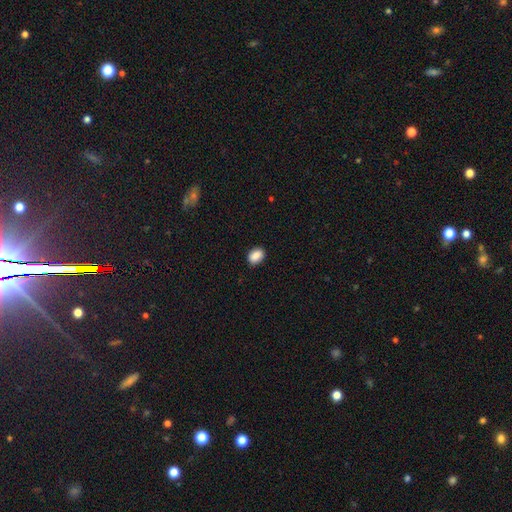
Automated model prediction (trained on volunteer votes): This is clearly a smooth galaxy (88%). How rounded: likely in between (73%). Merging: clearly none (88%).